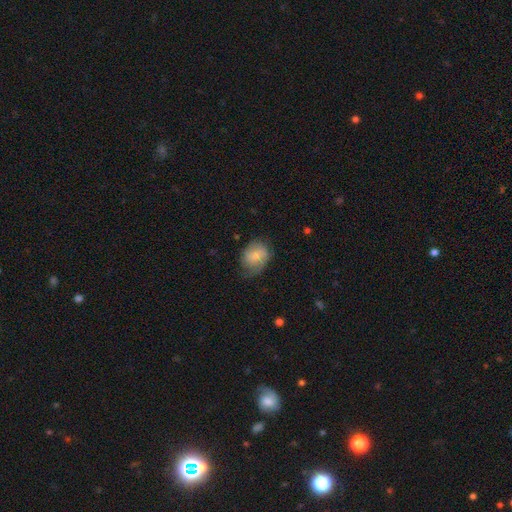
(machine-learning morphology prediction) A smooth galaxy with no disk features (67%) that is in between round and cigar-shaped (52%).

Vote fractions:
- Smooth or featured? smooth: 67% / featured or disk: 26% / star or artifact: 7%
- How rounded? in between: 52% / round: 47% / cigar-shaped: 1%
- Merging? none: 56% / minor disturbance: 31% / major disturbance: 12% / merger: 1%